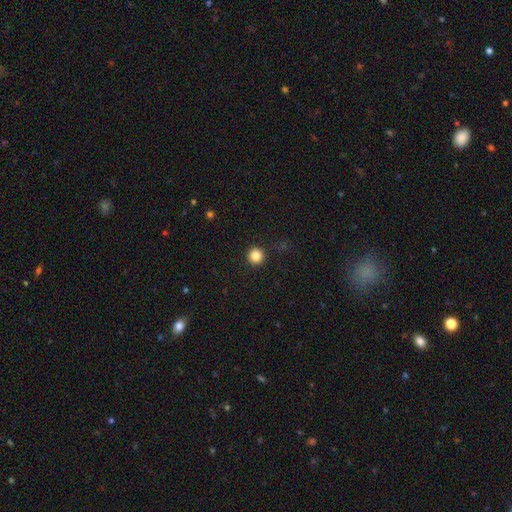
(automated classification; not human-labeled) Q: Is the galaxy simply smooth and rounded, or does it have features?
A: smooth — 84%.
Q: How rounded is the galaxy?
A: round — 96%.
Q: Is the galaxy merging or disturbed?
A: none — 93%.